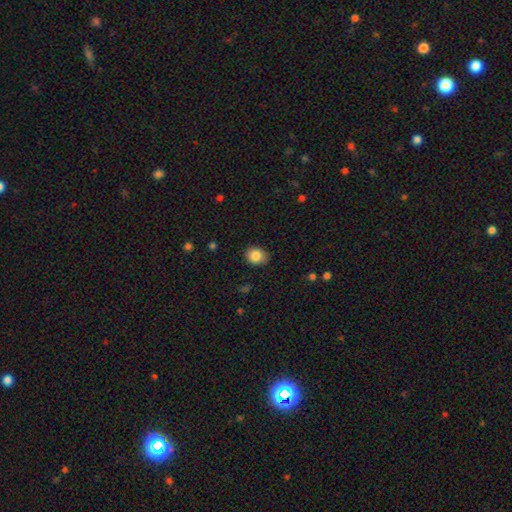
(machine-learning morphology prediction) This appears to be a smooth galaxy with no disk features (85%) that is round (60%). Merging: none (86%).